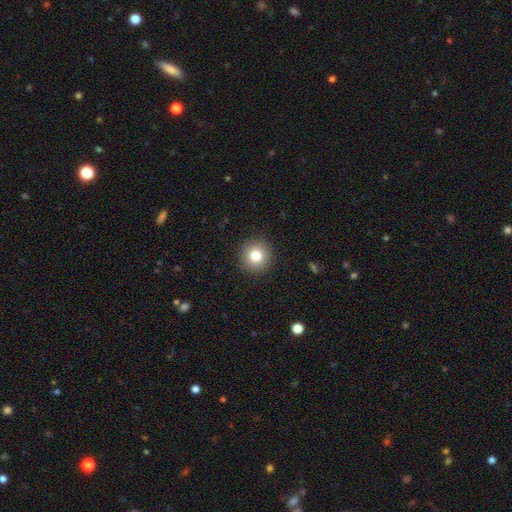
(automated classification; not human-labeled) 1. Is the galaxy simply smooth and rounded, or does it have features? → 81% smooth, 11% star or artifact, 9% featured or disk.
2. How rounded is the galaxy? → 94% round, 5% in between, 1% cigar-shaped.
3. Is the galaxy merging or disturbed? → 92% none, 5% minor disturbance, 2% major disturbance, 1% merger.